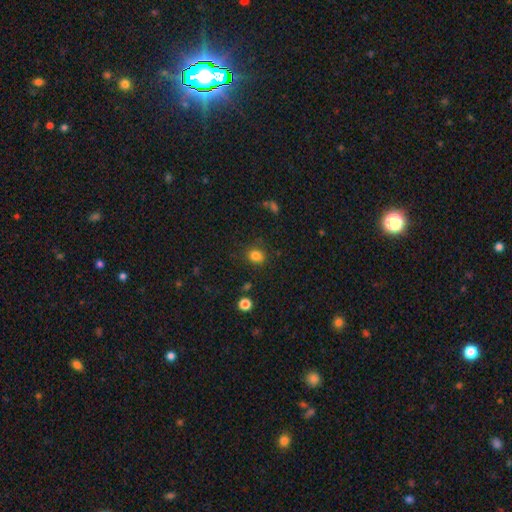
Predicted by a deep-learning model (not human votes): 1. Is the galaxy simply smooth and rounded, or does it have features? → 82% smooth, 13% star or artifact, 6% featured or disk.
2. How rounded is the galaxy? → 51% round, 48% in between, 1% cigar-shaped.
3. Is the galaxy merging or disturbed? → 78% none, 14% minor disturbance, 5% major disturbance, 3% merger.